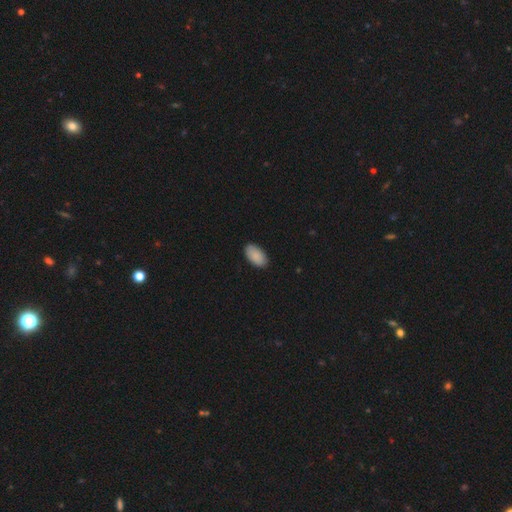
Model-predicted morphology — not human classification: The model was most divided on "merging": none: 89%, minor disturbance: 9%, major disturbance: 2%, merger: 1%. More confident: how rounded — in between (96%); smooth or featured — smooth (90%).